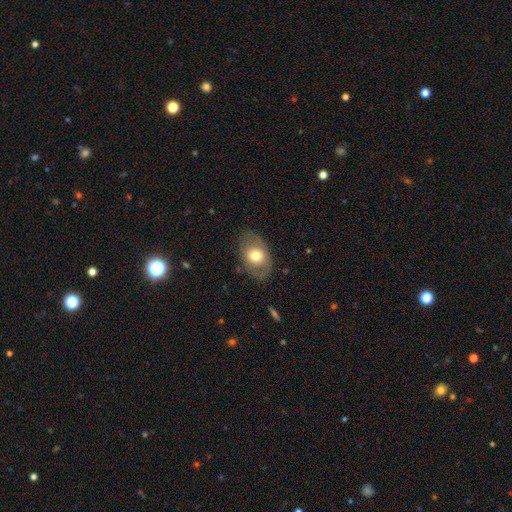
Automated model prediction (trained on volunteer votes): A smooth galaxy with no disk features (59%) that is in between round and cigar-shaped (74%). Merging: none (74%).